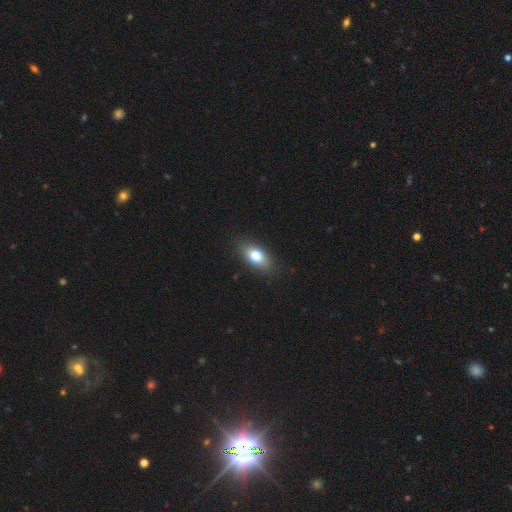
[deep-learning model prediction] Smooth or featured? smooth (73%)
How rounded? in between (83%)
Merging? none (86%)